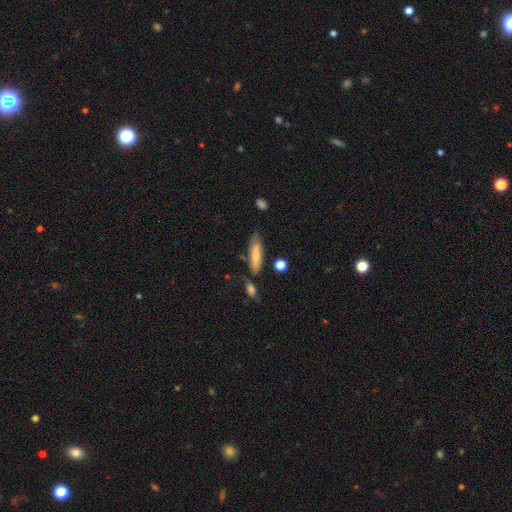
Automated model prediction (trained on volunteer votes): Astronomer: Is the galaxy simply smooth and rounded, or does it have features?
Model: smooth — 72%.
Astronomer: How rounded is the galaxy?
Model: cigar-shaped — 64%.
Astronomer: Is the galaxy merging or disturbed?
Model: none — 67%.